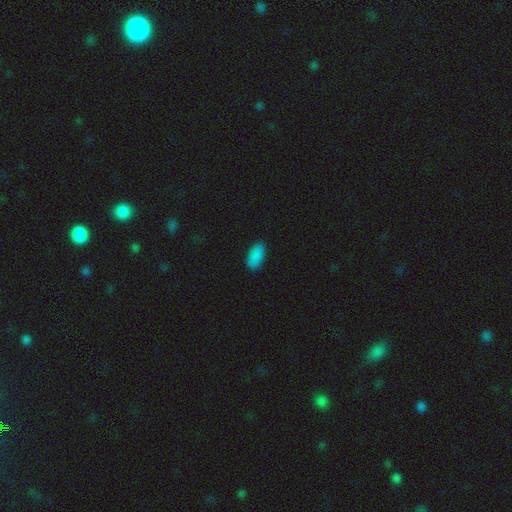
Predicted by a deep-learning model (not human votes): A smooth galaxy with no disk features (88%) that is in between round and cigar-shaped (92%). Merging: none (85%).